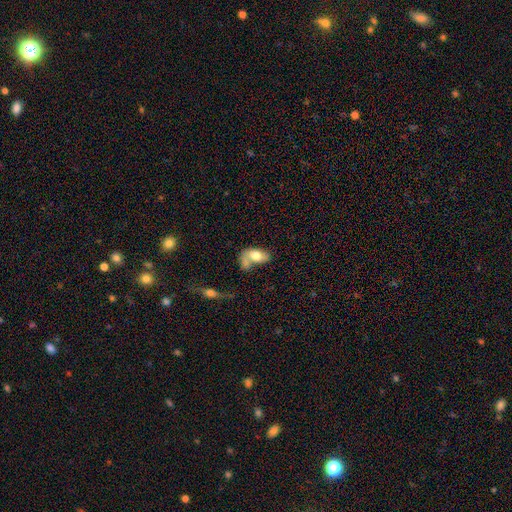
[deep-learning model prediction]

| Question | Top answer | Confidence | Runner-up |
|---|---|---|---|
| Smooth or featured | smooth | 65% | featured or disk (28%) |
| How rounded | in between | 88% | round (9%) |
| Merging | merger | 49% | none (21%) |